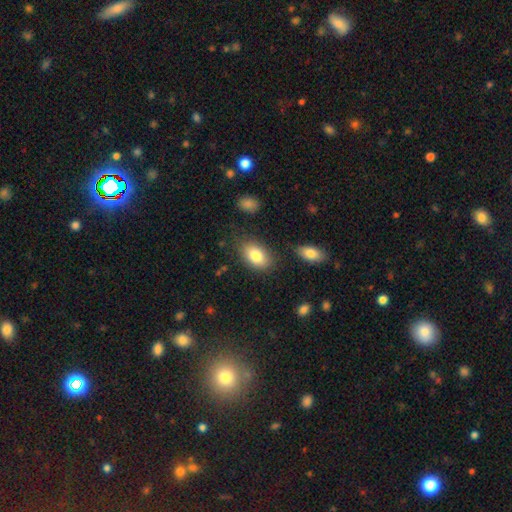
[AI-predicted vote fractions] Smooth or featured?
  - smooth: 82% *
  - featured or disk: 11%
  - star or artifact: 7%
How rounded?
  - in between: 89% *
  - round: 9%
  - cigar-shaped: 2%
Merging?
  - none: 78% *
  - minor disturbance: 15%
  - major disturbance: 4%
  - merger: 4%